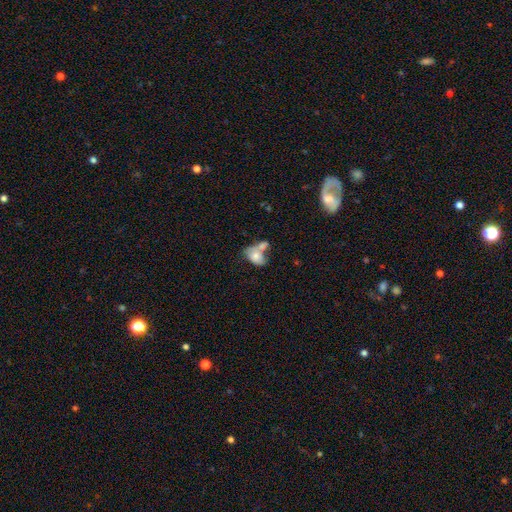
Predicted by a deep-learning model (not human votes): A smooth galaxy with no disk features (66%) that is in between round and cigar-shaped (83%). Merging: merger (55%).